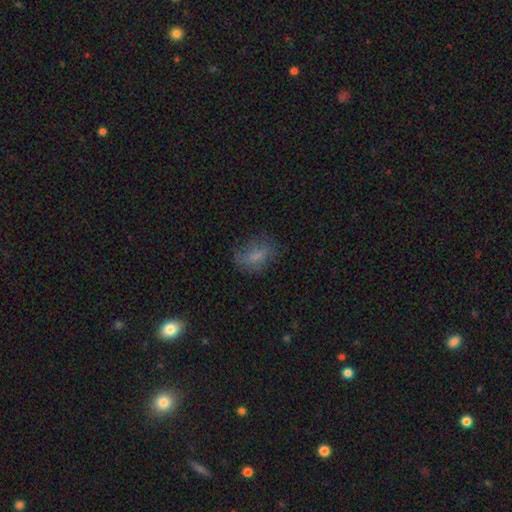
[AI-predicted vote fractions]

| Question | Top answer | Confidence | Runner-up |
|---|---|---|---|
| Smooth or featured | smooth | 65% | featured or disk (23%) |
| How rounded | in between | 78% | round (17%) |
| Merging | none | 57% | minor disturbance (25%) |